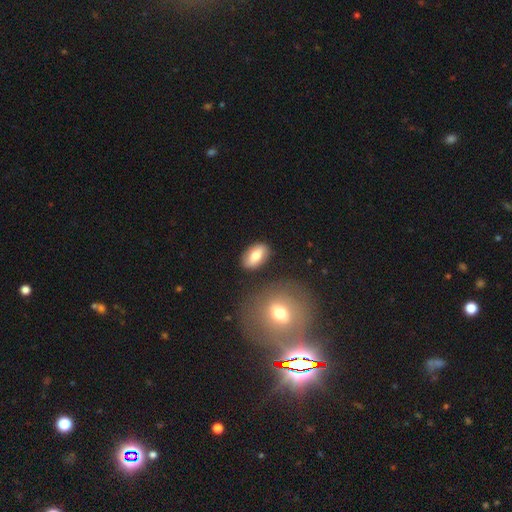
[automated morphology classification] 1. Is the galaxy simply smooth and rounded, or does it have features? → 73% smooth, 20% featured or disk, 7% star or artifact.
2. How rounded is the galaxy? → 90% in between, 6% round, 4% cigar-shaped.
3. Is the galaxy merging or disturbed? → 82% none, 10% minor disturbance, 4% merger, 3% major disturbance.